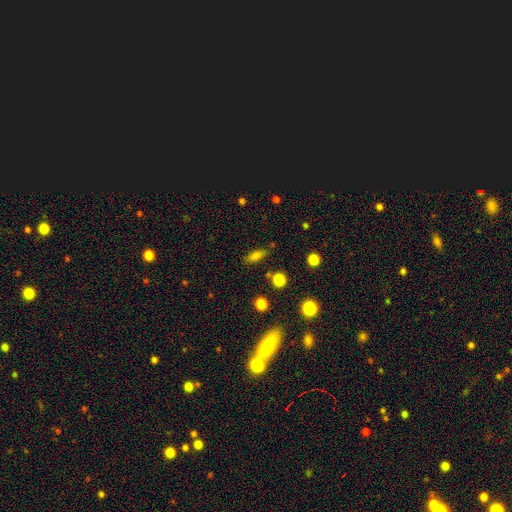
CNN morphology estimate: Smooth or featured: smooth — 77% (star or artifact — 12%)
How rounded: in between — 68% (cigar-shaped — 25%)
Merging: none — 80% (minor disturbance — 12%)